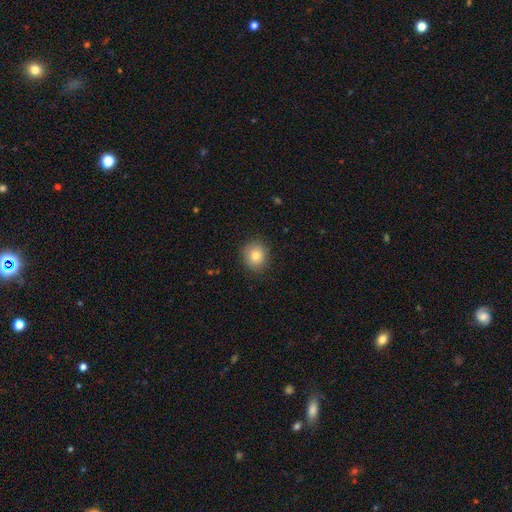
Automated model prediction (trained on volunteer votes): Smooth or featured: smooth — 79% (featured or disk — 11%)
How rounded: round — 82% (in between — 17%)
Merging: none — 87% (minor disturbance — 9%)